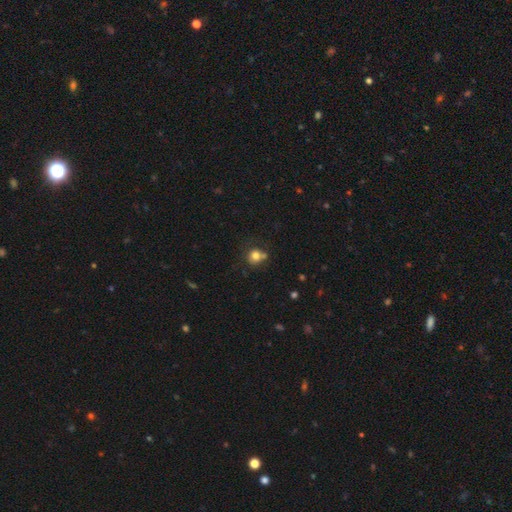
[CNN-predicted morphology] A smooth galaxy with no disk features (78%) that is round (81%). Merging: none (58%).